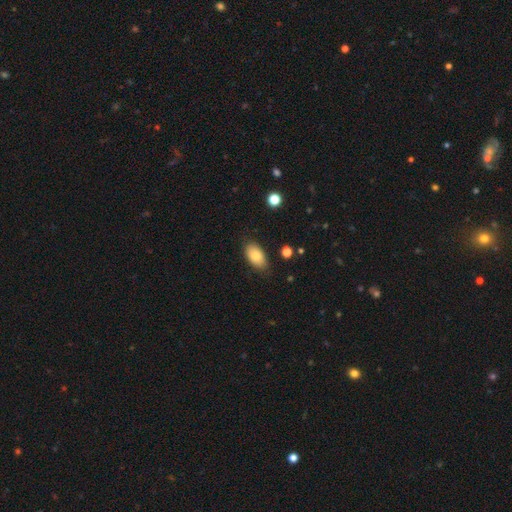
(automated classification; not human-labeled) Smooth or featured: smooth — 83% (featured or disk — 10%)
How rounded: in between — 93% (round — 5%)
Merging: none — 81% (minor disturbance — 14%)